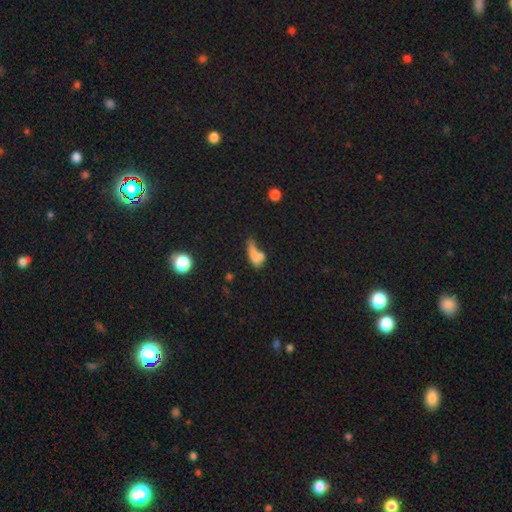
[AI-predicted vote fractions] Smooth or featured: smooth — 66% (featured or disk — 21%)
How rounded: in between — 54% (cigar-shaped — 36%)
Merging: merger — 33% (none — 28%)